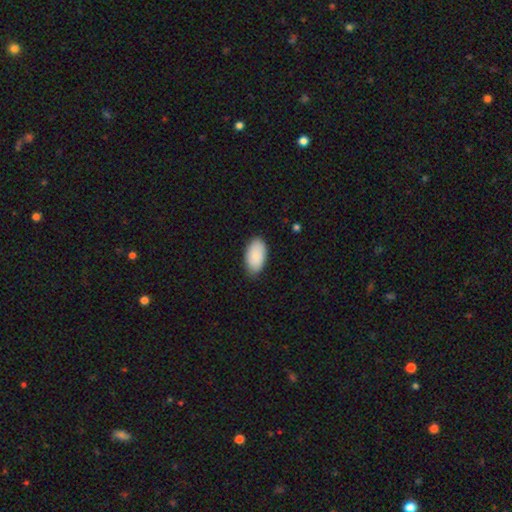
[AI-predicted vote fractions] A smooth galaxy with no disk features (89%) that is in between round and cigar-shaped (96%). Merging: none (82%).